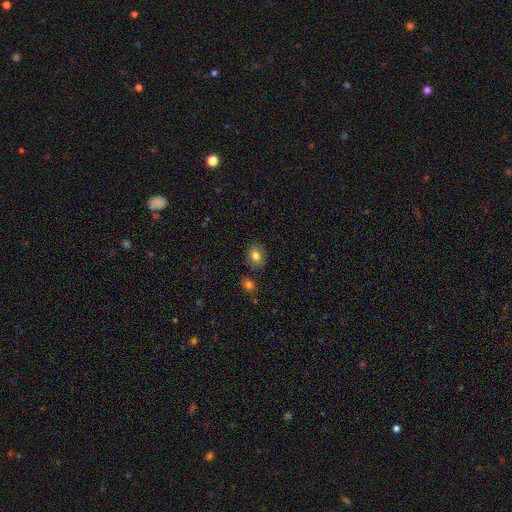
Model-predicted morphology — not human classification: type=smooth (79%); roundness=in between (59%); merging=none (82%).